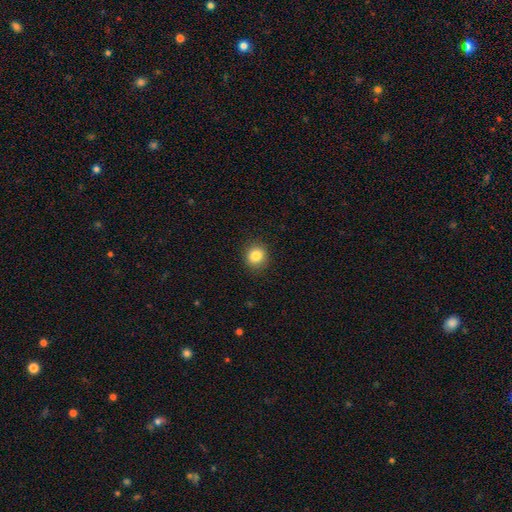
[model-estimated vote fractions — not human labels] A smooth galaxy with no disk features (84%) that is round (86%).

Vote fractions:
- Smooth or featured? smooth: 84% / star or artifact: 10% / featured or disk: 6%
- How rounded? round: 86% / in between: 13% / cigar-shaped: 1%
- Merging? none: 90% / minor disturbance: 7% / major disturbance: 2% / merger: 1%